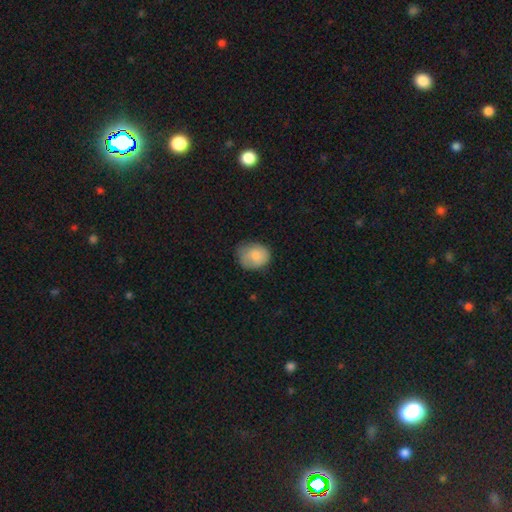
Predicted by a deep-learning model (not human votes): Smooth or featured? Predicted: smooth (p=0.80). How rounded? Predicted: round (p=0.57). Merging? Predicted: none (p=0.58).